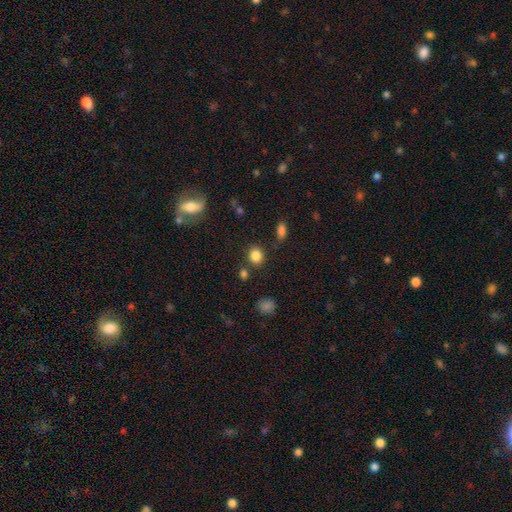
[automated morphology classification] Smooth or featured? Predicted: smooth (p=0.85). How rounded? Predicted: round (p=0.66). Merging? Predicted: none (p=0.80).